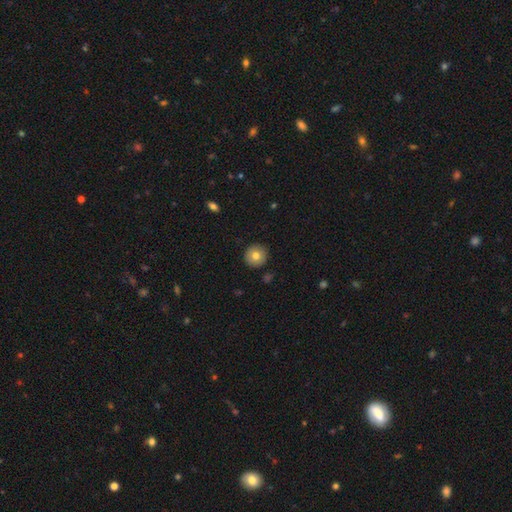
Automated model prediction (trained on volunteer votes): smooth_or_featured: smooth (p=0.77) [alt: featured or disk p=0.14]
how_rounded: round (p=0.94) [alt: in between p=0.05]
merging: none (p=0.91) [alt: minor disturbance p=0.06]